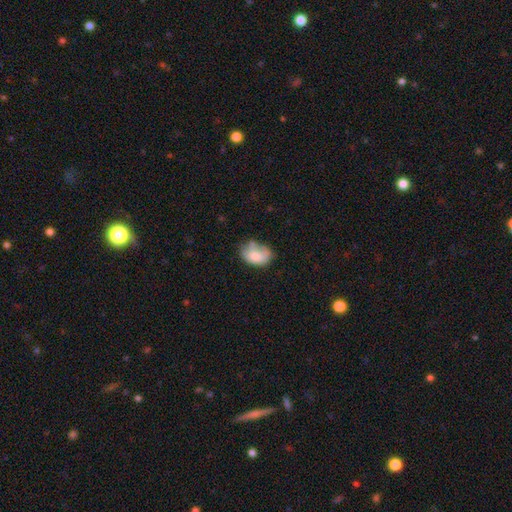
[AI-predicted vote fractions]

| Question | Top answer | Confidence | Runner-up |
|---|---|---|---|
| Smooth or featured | smooth | 77% | featured or disk (15%) |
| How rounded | in between | 80% | round (19%) |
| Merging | none | 43% | minor disturbance (34%) |